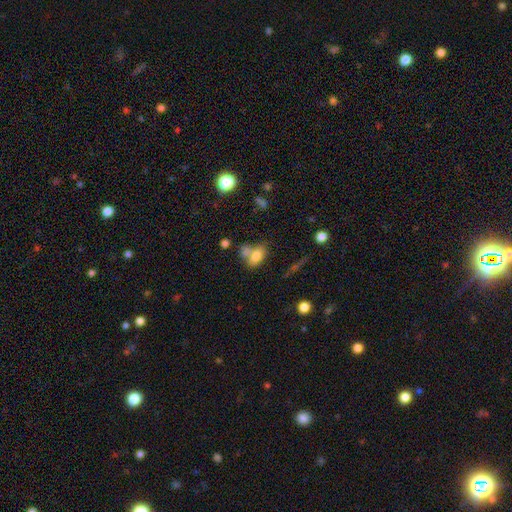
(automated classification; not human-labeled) This appears to be a smooth galaxy with no disk features (75%) that is in between round and cigar-shaped (83%). Merging: none (41%).